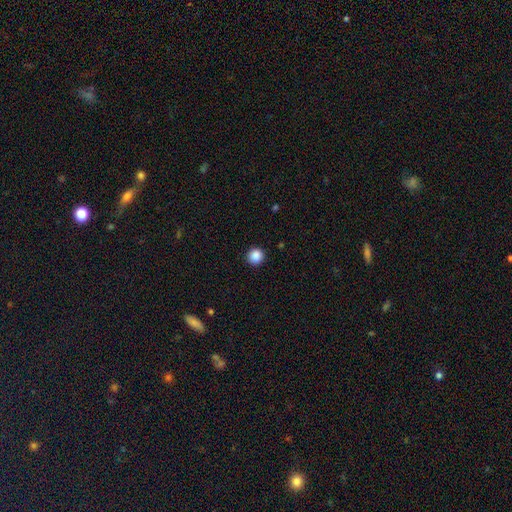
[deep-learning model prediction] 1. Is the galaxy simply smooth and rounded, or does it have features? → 88% smooth, 10% star or artifact, 3% featured or disk.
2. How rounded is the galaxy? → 94% round, 5% in between, 1% cigar-shaped.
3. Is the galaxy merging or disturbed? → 92% none, 5% minor disturbance, 2% major disturbance, 1% merger.